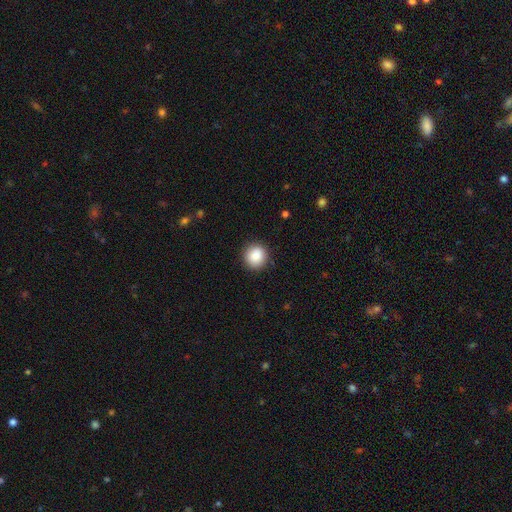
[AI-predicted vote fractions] Smooth or featured?
  - smooth: 87% *
  - star or artifact: 8%
  - featured or disk: 5%
How rounded?
  - round: 91% *
  - in between: 8%
  - cigar-shaped: 1%
Merging?
  - none: 90% *
  - minor disturbance: 7%
  - major disturbance: 2%
  - merger: 1%